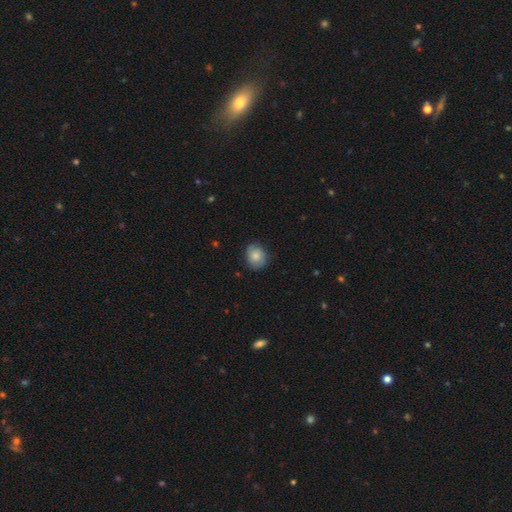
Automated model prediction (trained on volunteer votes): Morphology: type=smooth (77%); roundness=round (58%); merging=none (78%).